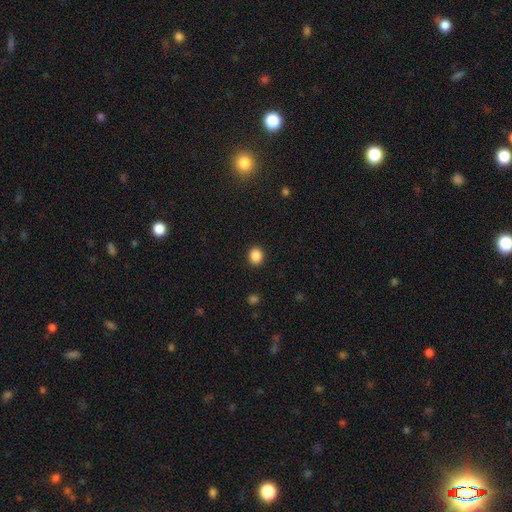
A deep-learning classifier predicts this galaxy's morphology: Smooth or featured? Predicted: smooth (p=0.87). How rounded? Predicted: round (p=0.70). Merging? Predicted: none (p=0.91).